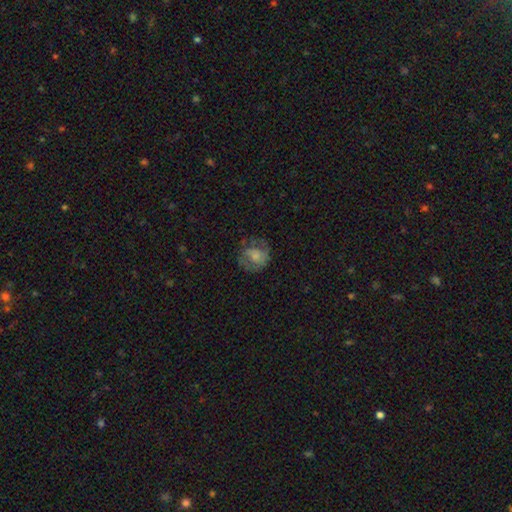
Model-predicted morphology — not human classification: The model was most divided on "smooth or featured": smooth: 56%, featured or disk: 35%, star or artifact: 10%. More confident: how rounded — round (72%); merging — none (55%).